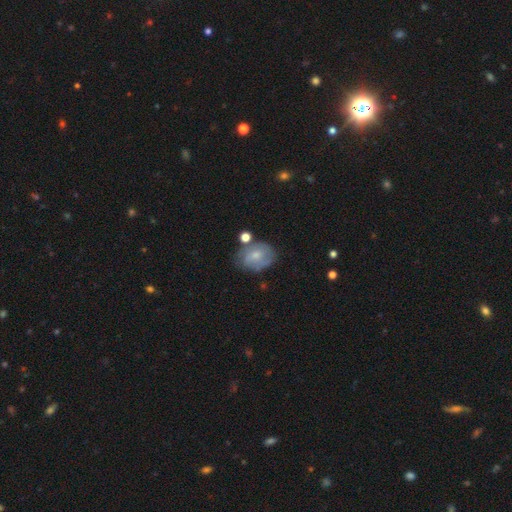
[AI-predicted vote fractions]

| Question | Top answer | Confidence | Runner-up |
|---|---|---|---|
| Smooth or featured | smooth | 53% | featured or disk (39%) |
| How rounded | in between | 60% | round (39%) |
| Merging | none | 55% | minor disturbance (25%) |